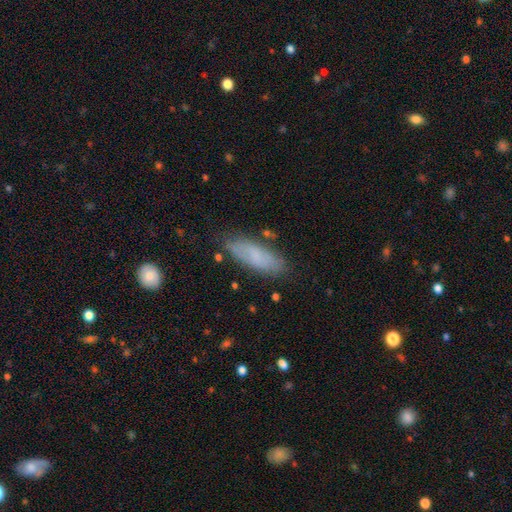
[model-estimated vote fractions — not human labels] Smooth or featured?
  - smooth: 71% *
  - featured or disk: 22%
  - star or artifact: 8%
How rounded?
  - in between: 65% *
  - cigar-shaped: 32%
  - round: 2%
Merging?
  - none: 77% *
  - minor disturbance: 16%
  - major disturbance: 4%
  - merger: 3%